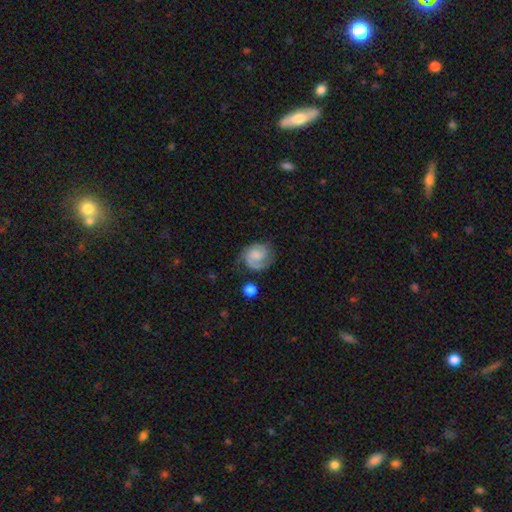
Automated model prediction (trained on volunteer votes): Overall: featured or disk (71%). Edge-on disk: no (98%). Bar: no (61%; weak 33%). Spiral arms: yes (95%). Spiral arm count: 2 (67%). Spiral winding: tight (45%; medium 41%). Bulge size: none (34%; small 29%). Merging: none (65%).